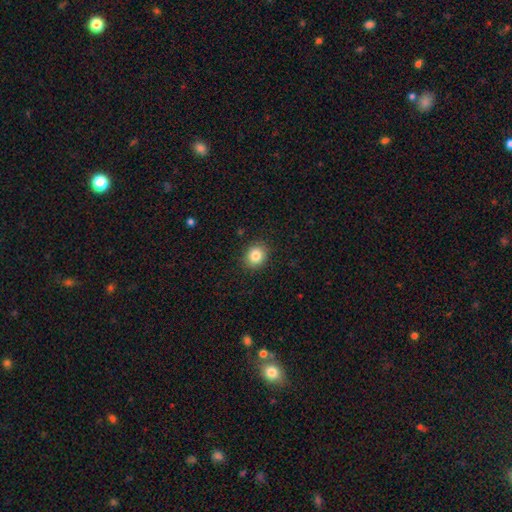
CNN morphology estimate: Smooth or featured?
  - smooth: 84% *
  - star or artifact: 10%
  - featured or disk: 6%
How rounded?
  - round: 76% *
  - in between: 23%
  - cigar-shaped: 1%
Merging?
  - none: 89% *
  - minor disturbance: 8%
  - major disturbance: 2%
  - merger: 1%